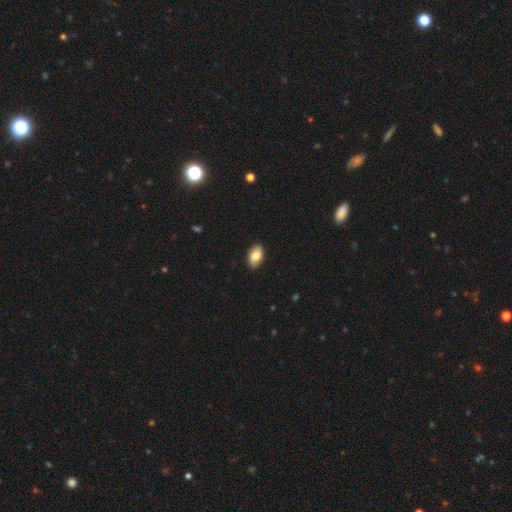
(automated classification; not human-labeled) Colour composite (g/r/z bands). It shows a smooth galaxy with no disk features (75%) that is in between round and cigar-shaped (92%). Merging: none (88%).